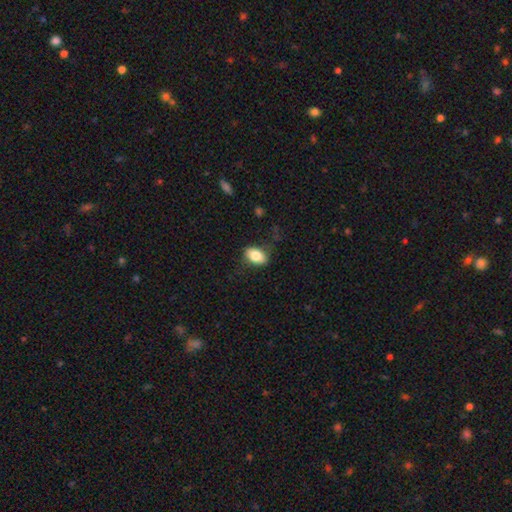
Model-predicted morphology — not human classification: type=smooth (80%); roundness=in between (87%); merging=none (72%).